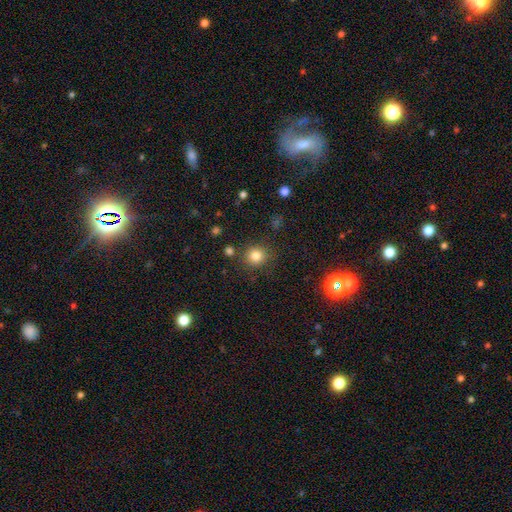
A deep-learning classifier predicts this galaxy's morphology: smooth_or_featured: smooth (p=0.82) [alt: star or artifact p=0.12]
how_rounded: round (p=0.90) [alt: in between p=0.09]
merging: none (p=0.85) [alt: minor disturbance p=0.08]